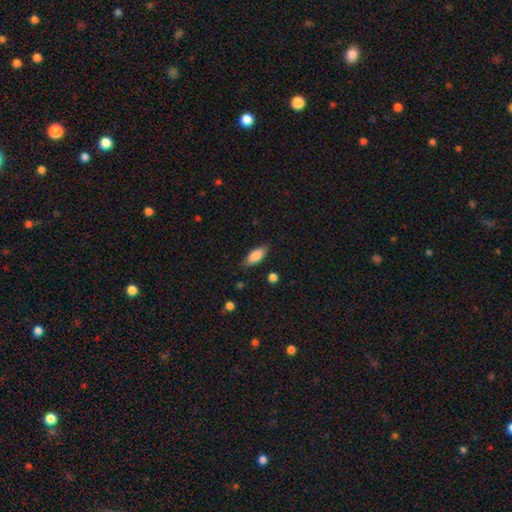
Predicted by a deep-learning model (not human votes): This is clearly a smooth galaxy (84%). How rounded: likely in between (77%). Merging: clearly none (84%).